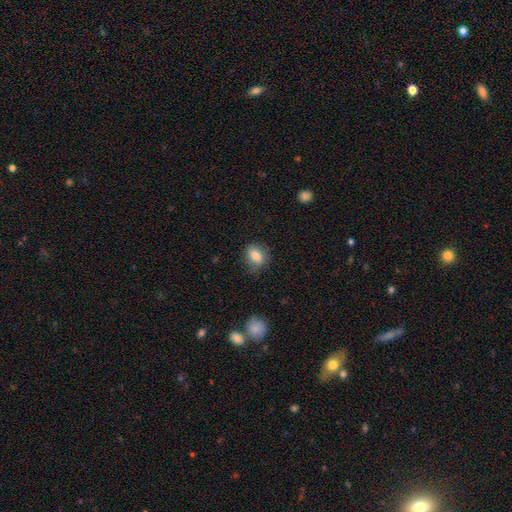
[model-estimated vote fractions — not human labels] A smooth galaxy with no disk features (82%) that is in between round and cigar-shaped (63%). Merging: none (73%).